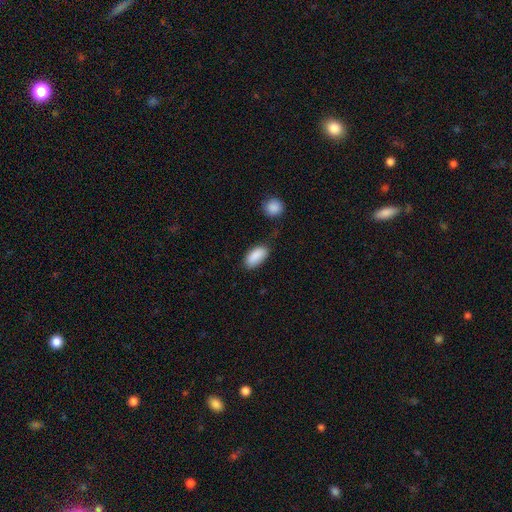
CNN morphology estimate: Smooth or featured? smooth (89%)
How rounded? in between (91%)
Merging? none (71%)